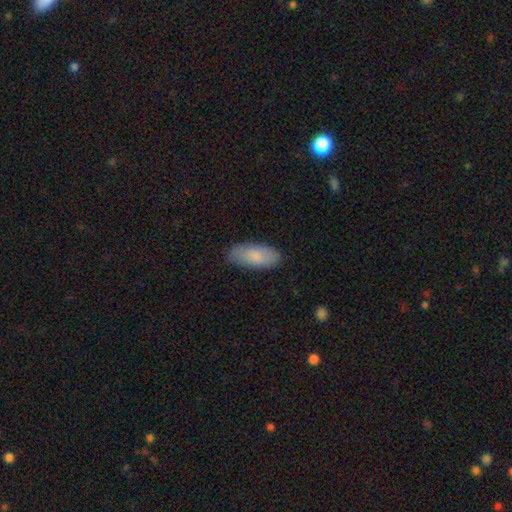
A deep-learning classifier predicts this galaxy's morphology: The model was most divided on "how rounded": in between: 84%, cigar-shaped: 15%, round: 2%. More confident: merging — none (86%); smooth or featured — smooth (84%).